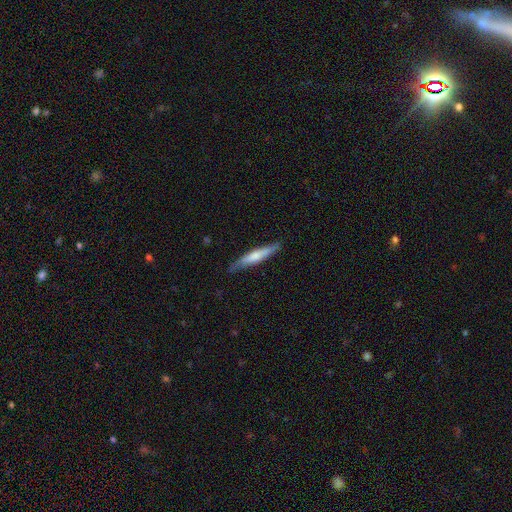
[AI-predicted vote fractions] Morphology: type=smooth (58%); roundness=cigar-shaped (91%); merging=none (85%).